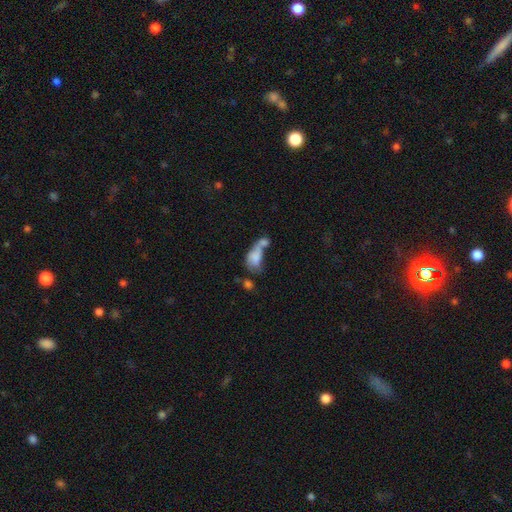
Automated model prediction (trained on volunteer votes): Overall: smooth (69%). How rounded: in between (84%). Merging: merger (64%).